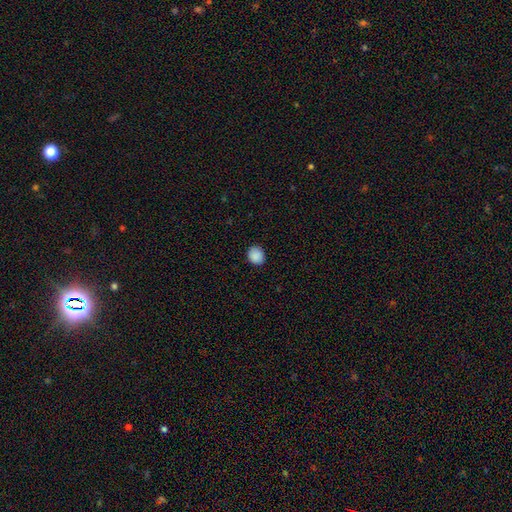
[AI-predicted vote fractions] This is clearly a smooth galaxy (89%). How rounded: likely round (69%). Merging: clearly none (87%).